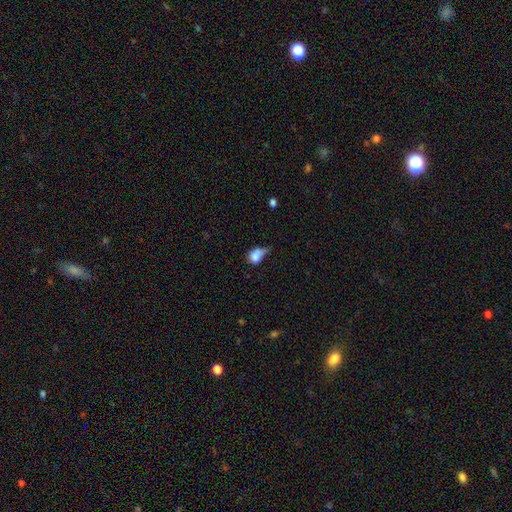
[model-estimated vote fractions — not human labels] Smooth or featured? smooth (74%)
How rounded? in between (66%)
Merging? minor disturbance (34%)